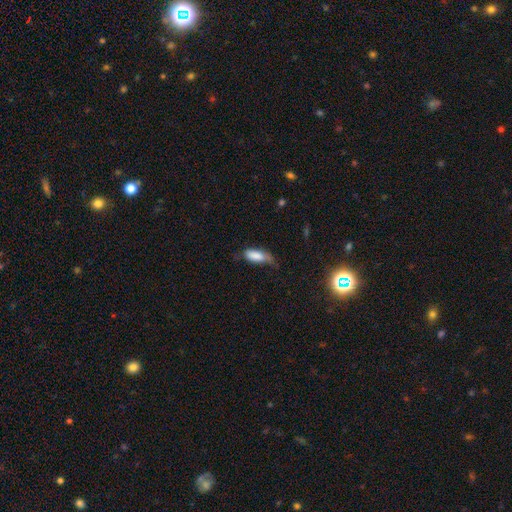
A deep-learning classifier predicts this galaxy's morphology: A smooth galaxy with no disk features (81%) that is in between round and cigar-shaped (77%). Merging: minor disturbance (40%).